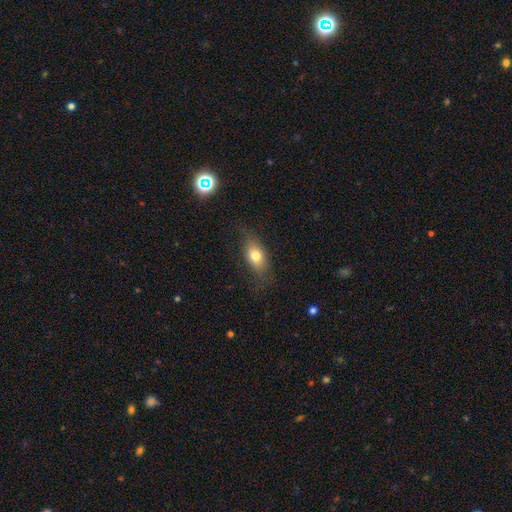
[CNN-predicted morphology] smooth 73%, featured or disk 18%, star or artifact 9%. Down the decision tree: how rounded — in between (81%); merging — none (68%).